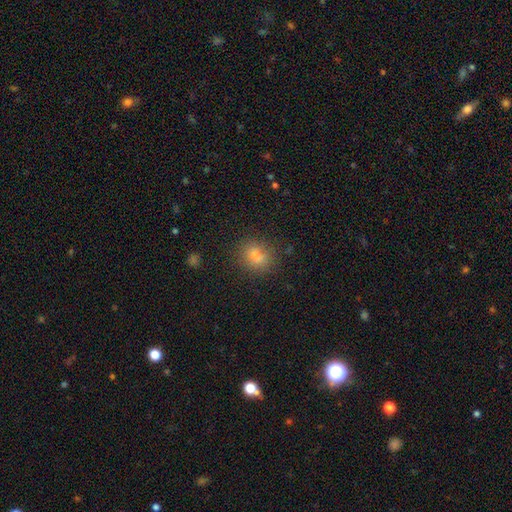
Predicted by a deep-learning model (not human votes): Q: Smooth or featured?
A: smooth (77%); runner-up: star or artifact (14%)
Q: How rounded?
A: round (52%); runner-up: in between (46%)
Q: Merging?
A: none (79%); runner-up: minor disturbance (12%)